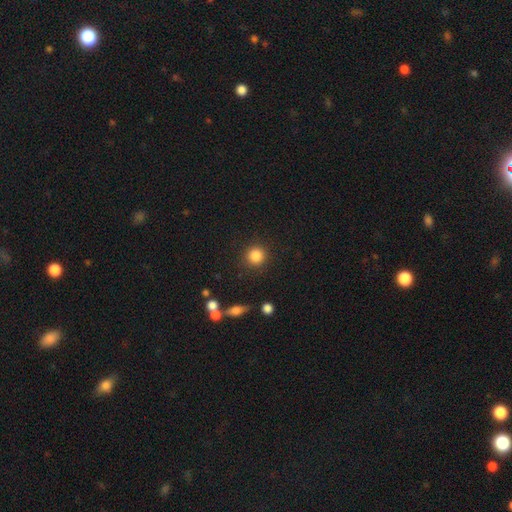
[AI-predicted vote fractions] Smooth or featured: smooth — 85% (star or artifact — 10%)
How rounded: round — 93% (in between — 6%)
Merging: none — 89% (minor disturbance — 6%)